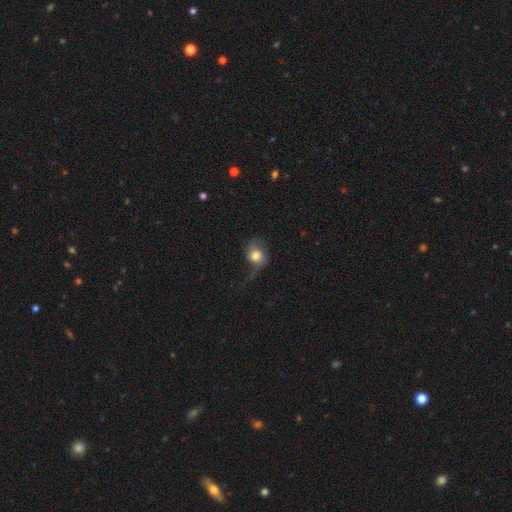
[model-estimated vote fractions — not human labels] Q: Smooth or featured?
A: smooth (51%); runner-up: featured or disk (40%)
Q: How rounded?
A: round (60%); runner-up: in between (39%)
Q: Merging?
A: major disturbance (44%); runner-up: none (31%)